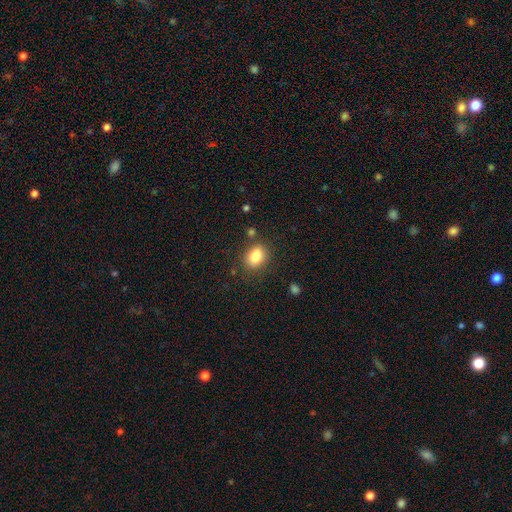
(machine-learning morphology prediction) smooth 83%, star or artifact 9%, featured or disk 7%. Down the decision tree: how rounded — in between (62%); merging — none (80%).